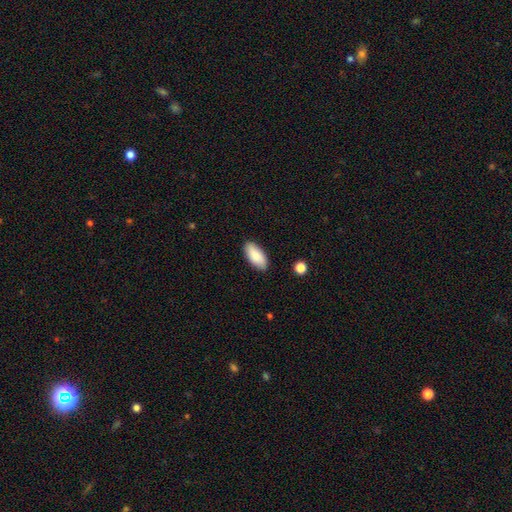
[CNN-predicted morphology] Smooth or featured?
  - smooth: 86% *
  - featured or disk: 8%
  - star or artifact: 6%
How rounded?
  - in between: 90% *
  - cigar-shaped: 8%
  - round: 2%
Merging?
  - none: 87% *
  - minor disturbance: 10%
  - major disturbance: 2%
  - merger: 1%